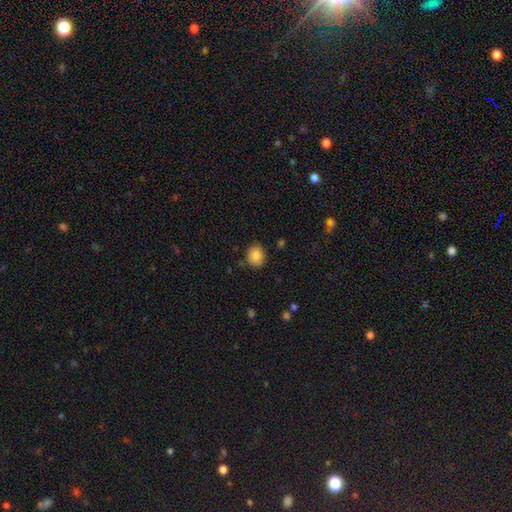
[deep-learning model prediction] Morphology: type=smooth (83%); roundness=round (64%); merging=none (85%).